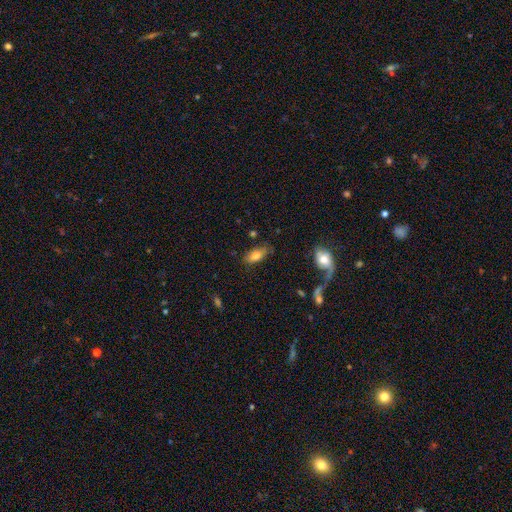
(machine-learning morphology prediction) type=smooth (77%); roundness=in between (86%); merging=none (73%).